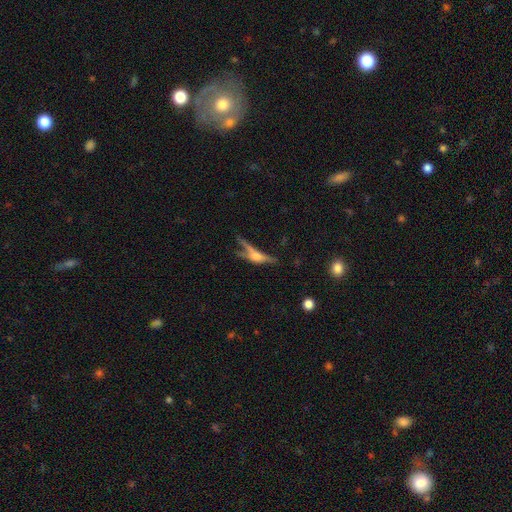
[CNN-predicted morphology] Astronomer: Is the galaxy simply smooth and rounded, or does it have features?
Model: featured or disk — 50% (runner-up: smooth, 37%).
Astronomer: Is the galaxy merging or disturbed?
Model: none — 41% (runner-up: major disturbance, 22%).